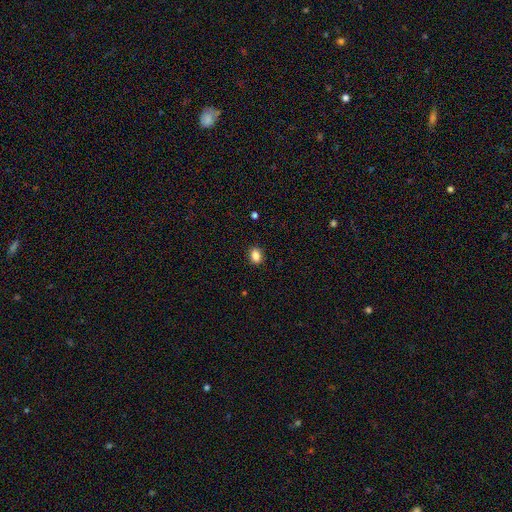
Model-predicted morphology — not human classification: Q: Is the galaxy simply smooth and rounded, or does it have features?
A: smooth — 86%.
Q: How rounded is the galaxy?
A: in between — 70%.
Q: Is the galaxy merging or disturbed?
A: none — 89%.